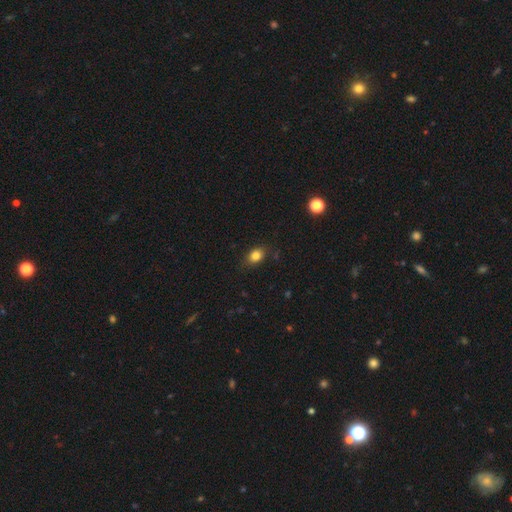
This is clearly a smooth galaxy (92%). How rounded: clearly in between (89%). Merging: likely none (69%).